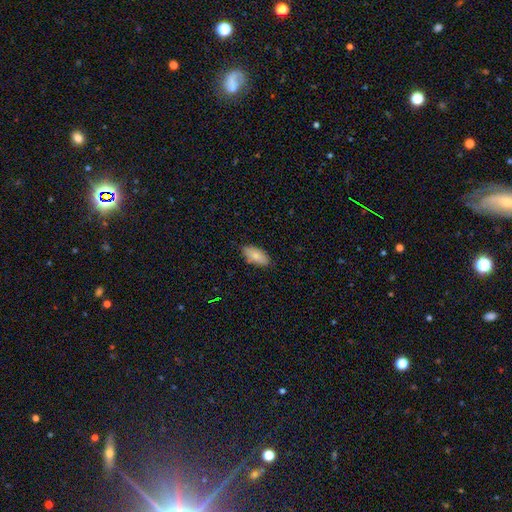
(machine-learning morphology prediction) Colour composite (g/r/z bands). It shows a smooth galaxy with no disk features (81%) that is in between round and cigar-shaped (90%). Merging: none (82%).